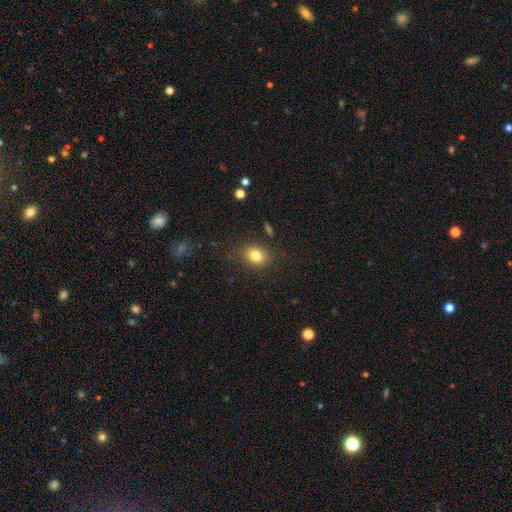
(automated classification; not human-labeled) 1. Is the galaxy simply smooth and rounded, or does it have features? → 82% smooth, 11% star or artifact, 8% featured or disk.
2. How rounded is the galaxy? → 50% round, 49% in between, 1% cigar-shaped.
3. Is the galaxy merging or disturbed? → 83% none, 12% minor disturbance, 4% major disturbance, 2% merger.